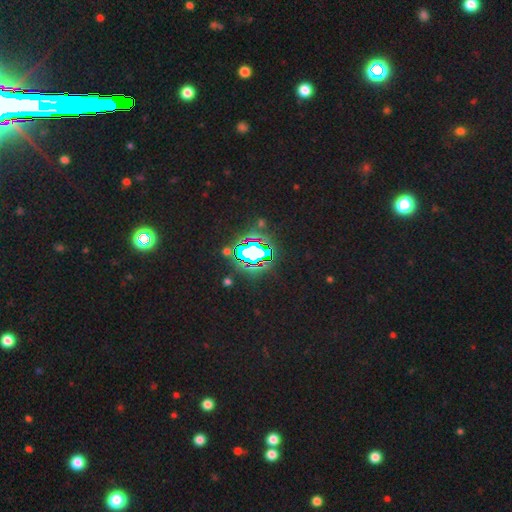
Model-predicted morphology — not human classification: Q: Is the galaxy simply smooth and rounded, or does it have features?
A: star or artifact — 73%.